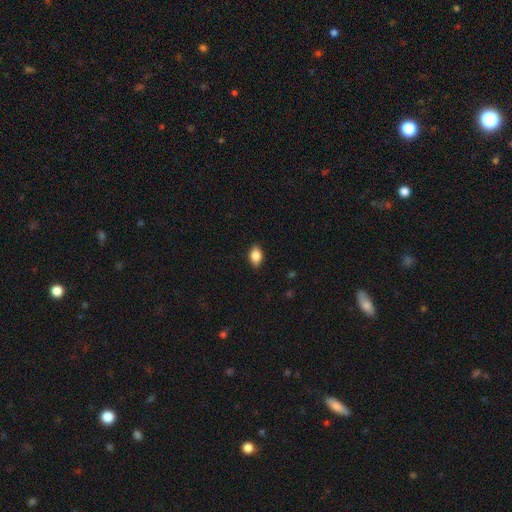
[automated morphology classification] Smooth or featured? smooth (85%)
How rounded? in between (82%)
Merging? none (87%)